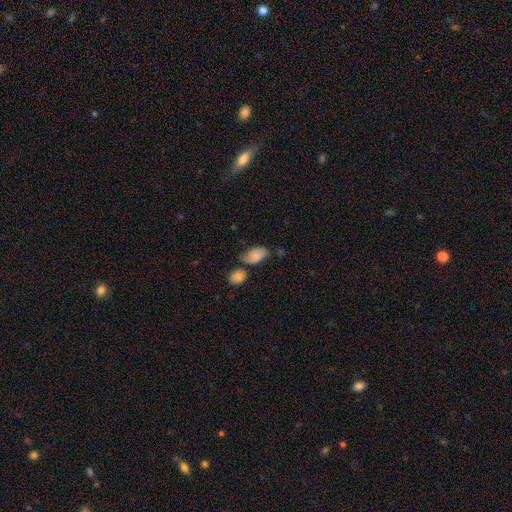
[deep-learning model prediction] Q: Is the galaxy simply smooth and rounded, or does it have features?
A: smooth — 79%.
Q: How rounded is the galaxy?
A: in between — 90%.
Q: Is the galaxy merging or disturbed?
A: none — 46%.